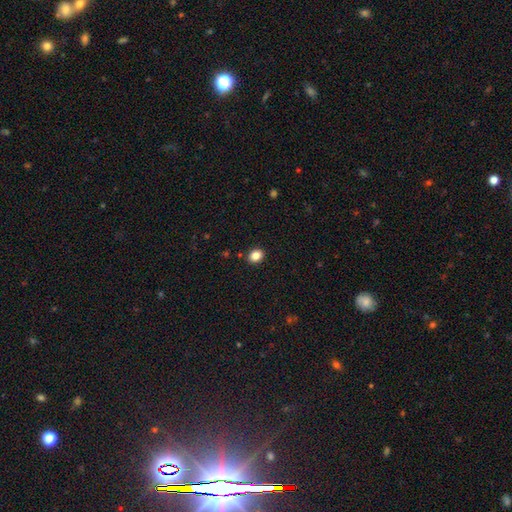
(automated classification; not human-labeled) The model was most divided on "how rounded": in between: 54%, round: 46%, cigar-shaped: 1%. More confident: merging — none (90%); smooth or featured — smooth (86%).